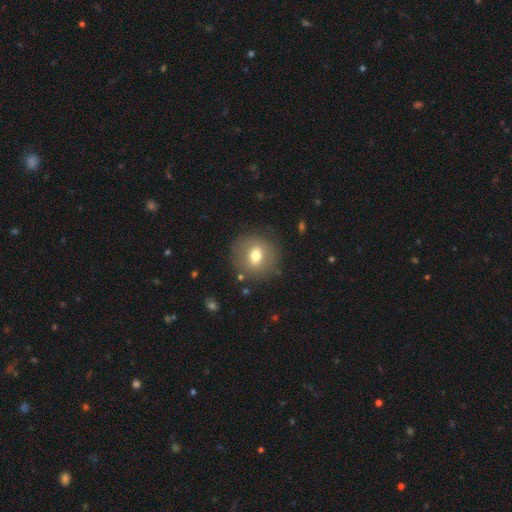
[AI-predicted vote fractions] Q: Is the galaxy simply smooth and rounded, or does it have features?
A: smooth — 65%.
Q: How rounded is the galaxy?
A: round — 82%.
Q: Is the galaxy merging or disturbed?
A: none — 84%.